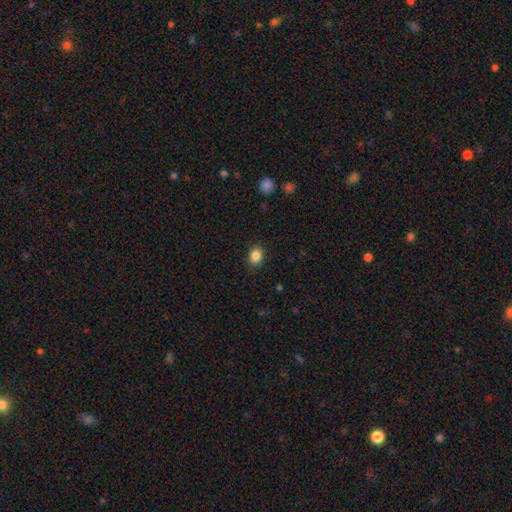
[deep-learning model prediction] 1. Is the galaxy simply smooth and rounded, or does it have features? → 85% smooth, 10% star or artifact, 4% featured or disk.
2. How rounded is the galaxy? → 50% round, 49% in between, 1% cigar-shaped.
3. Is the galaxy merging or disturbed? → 89% none, 8% minor disturbance, 2% major disturbance, 1% merger.